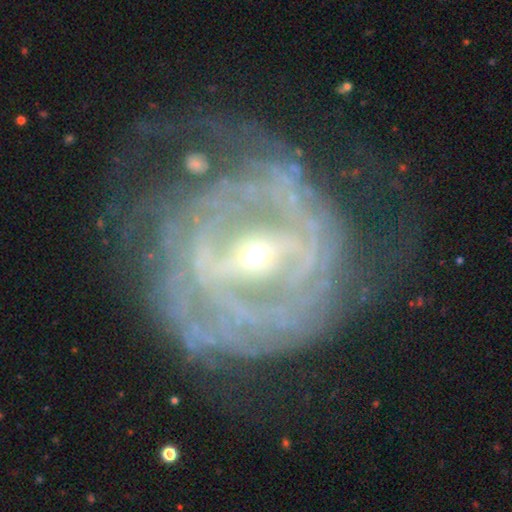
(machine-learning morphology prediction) Smooth or featured?
  - featured or disk: 87% *
  - smooth: 7%
  - star or artifact: 7%
Edge-on disk?
  - no: 96% *
  - yes: 4%
Bar?
  - strong: 45% *
  - weak: 38%
  - no: 18%
Spiral arms?
  - yes: 84% *
  - no: 16%
Spiral winding?
  - tight: 64% *
  - medium: 26%
  - loose: 10%
Spiral arm count?
  - can't tell: 45% *
  - 2: 25%
  - 3: 9%
  - 4: 8%
  - more than 4: 6%
  - 1: 6%
Bulge size?
  - small: 78% *
  - moderate: 18%
  - large: 1%
  - none: 1%
  - dominant: 1%
Merging?
  - none: 55% *
  - major disturbance: 23%
  - minor disturbance: 20%
  - merger: 2%